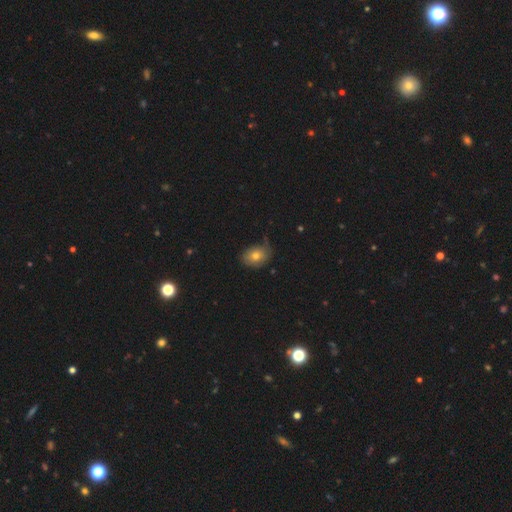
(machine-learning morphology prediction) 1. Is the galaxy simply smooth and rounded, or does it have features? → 73% smooth, 17% featured or disk, 10% star or artifact.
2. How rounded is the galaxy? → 65% in between, 34% round, 1% cigar-shaped.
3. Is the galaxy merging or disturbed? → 65% none, 26% minor disturbance, 7% major disturbance, 2% merger.